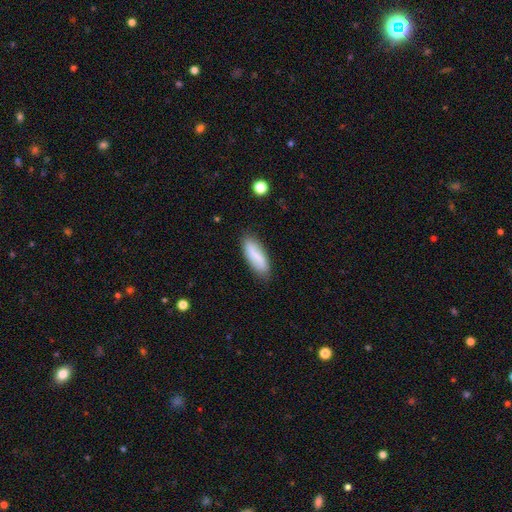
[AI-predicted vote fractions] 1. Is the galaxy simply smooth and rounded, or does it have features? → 72% smooth, 22% featured or disk, 6% star or artifact.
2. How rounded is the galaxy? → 62% in between, 36% cigar-shaped, 2% round.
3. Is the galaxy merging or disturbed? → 81% none, 14% minor disturbance, 3% major disturbance, 2% merger.